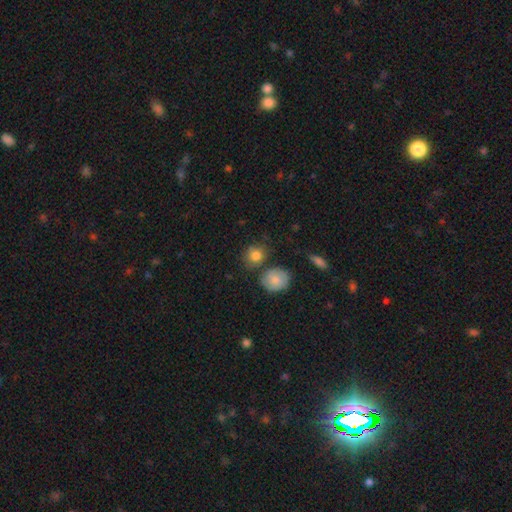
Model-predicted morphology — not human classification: This is clearly a smooth galaxy (83%). How rounded: likely round (72%). Merging: likely none (67%).